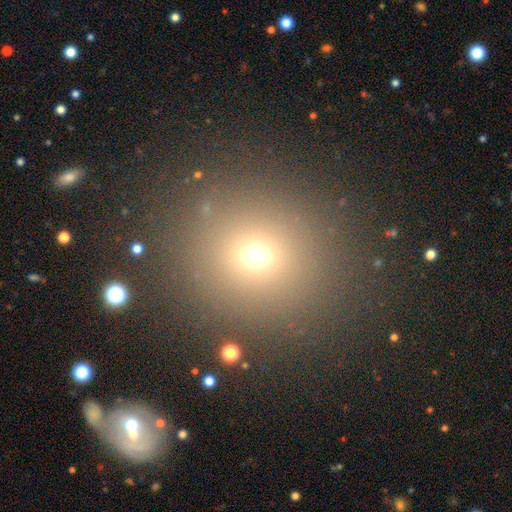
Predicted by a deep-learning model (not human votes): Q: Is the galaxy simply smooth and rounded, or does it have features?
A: smooth — 66%.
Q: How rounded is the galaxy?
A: round — 84%.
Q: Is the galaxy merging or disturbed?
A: none — 86%.